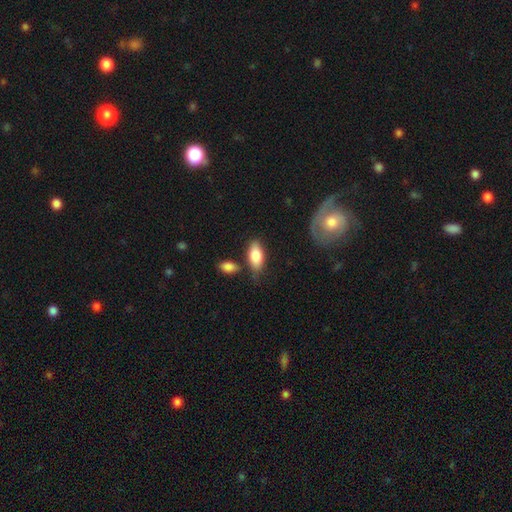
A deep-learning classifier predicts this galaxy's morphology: Smooth or featured: smooth — 82% (featured or disk — 12%)
How rounded: in between — 90% (cigar-shaped — 7%)
Merging: none — 67% (minor disturbance — 19%)